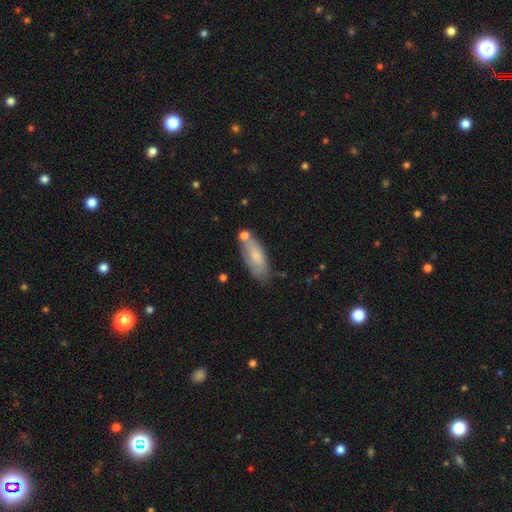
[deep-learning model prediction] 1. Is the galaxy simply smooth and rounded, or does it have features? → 68% smooth, 25% featured or disk, 6% star or artifact.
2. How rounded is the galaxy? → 73% in between, 25% cigar-shaped, 2% round.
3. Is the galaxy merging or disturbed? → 60% none, 23% minor disturbance, 12% merger, 6% major disturbance.